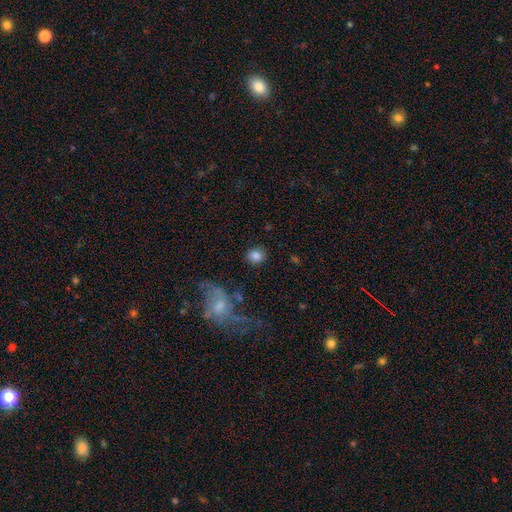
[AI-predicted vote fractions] A smooth galaxy with no disk features (84%) that is round (73%).

Vote fractions:
- Smooth or featured? smooth: 84% / star or artifact: 9% / featured or disk: 8%
- How rounded? round: 73% / in between: 26% / cigar-shaped: 1%
- Merging? none: 84% / minor disturbance: 9% / major disturbance: 4% / merger: 3%